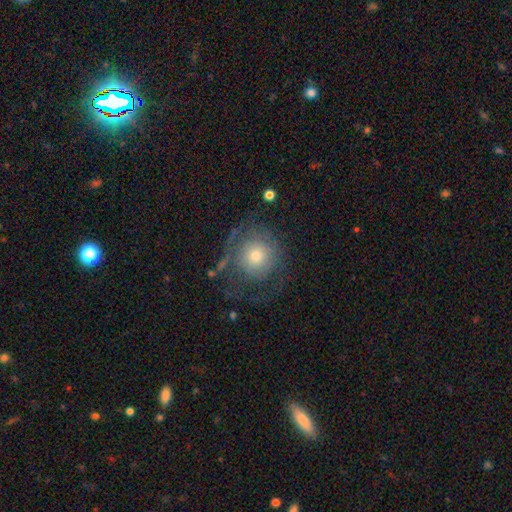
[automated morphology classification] type=smooth (49%); merging=none (53%).